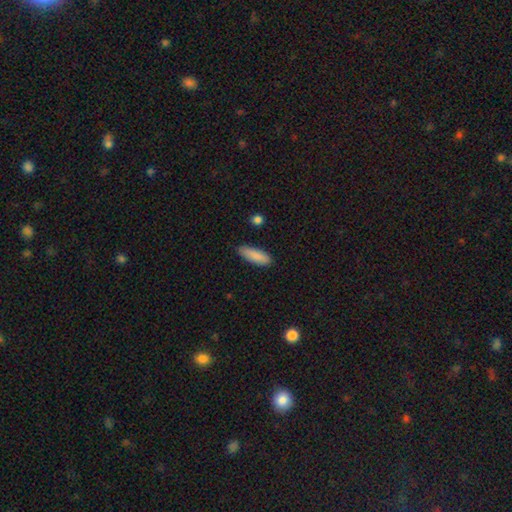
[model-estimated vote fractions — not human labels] A smooth galaxy with no disk features (88%) that is in between round and cigar-shaped (55%).

Vote fractions:
- Smooth or featured? smooth: 88% / star or artifact: 6% / featured or disk: 6%
- How rounded? in between: 55% / cigar-shaped: 43% / round: 2%
- Merging? none: 84% / minor disturbance: 12% / major disturbance: 2% / merger: 2%